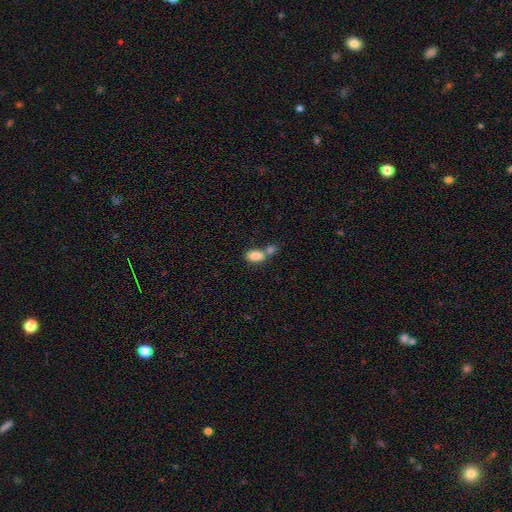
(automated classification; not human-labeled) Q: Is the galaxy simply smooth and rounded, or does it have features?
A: smooth — 85%.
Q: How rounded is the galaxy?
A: in between — 89%.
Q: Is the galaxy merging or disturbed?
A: merger — 55%.